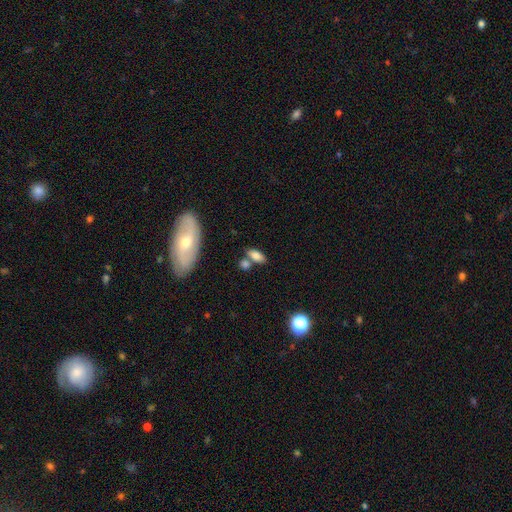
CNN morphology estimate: Q: Smooth or featured?
A: smooth (77%); runner-up: featured or disk (14%)
Q: How rounded?
A: in between (81%); runner-up: cigar-shaped (13%)
Q: Merging?
A: none (55%); runner-up: merger (26%)